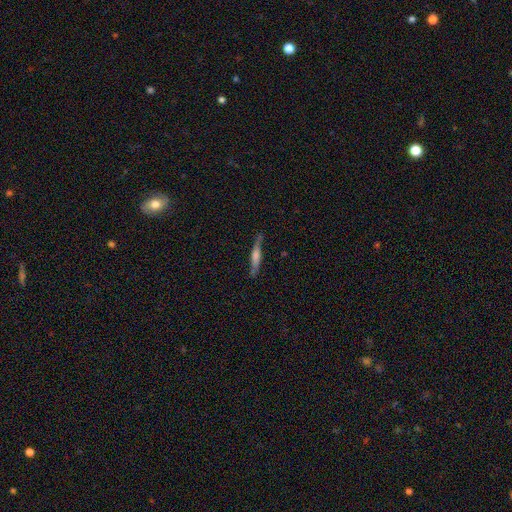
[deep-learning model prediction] Smooth or featured? Predicted: featured or disk (p=0.66). Edge-on disk? Predicted: yes (p=0.93). Edge-on bulge? Predicted: rounded (p=0.61). Merging? Predicted: none (p=0.83).